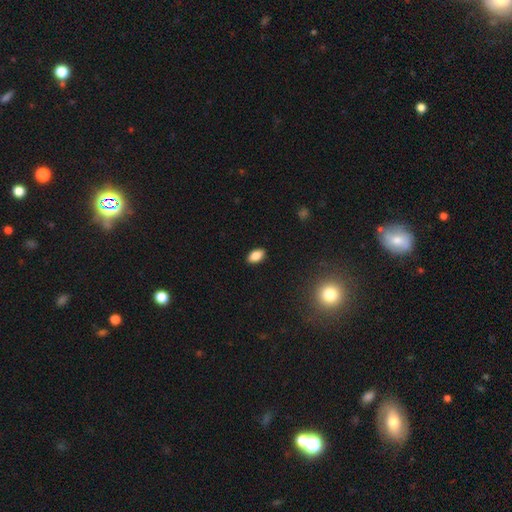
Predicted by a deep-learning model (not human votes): Q: Smooth or featured?
A: smooth (85%); runner-up: star or artifact (9%)
Q: How rounded?
A: in between (92%); runner-up: round (5%)
Q: Merging?
A: none (89%); runner-up: minor disturbance (8%)